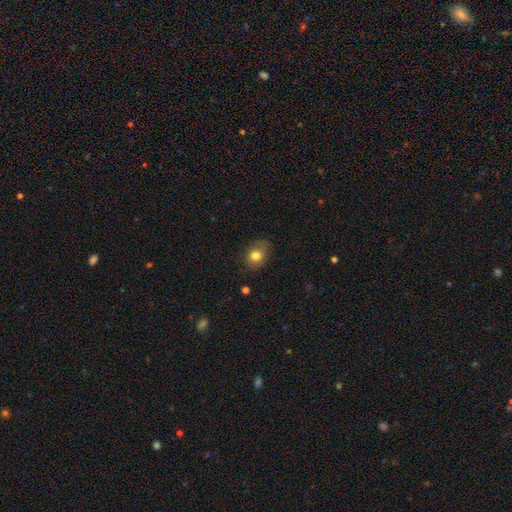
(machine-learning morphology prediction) A smooth galaxy with no disk features (78%) that is in between round and cigar-shaped (53%).

Vote fractions:
- Smooth or featured? smooth: 78% / featured or disk: 12% / star or artifact: 10%
- How rounded? in between: 53% / round: 46% / cigar-shaped: 1%
- Merging? none: 76% / minor disturbance: 18% / major disturbance: 5% / merger: 1%